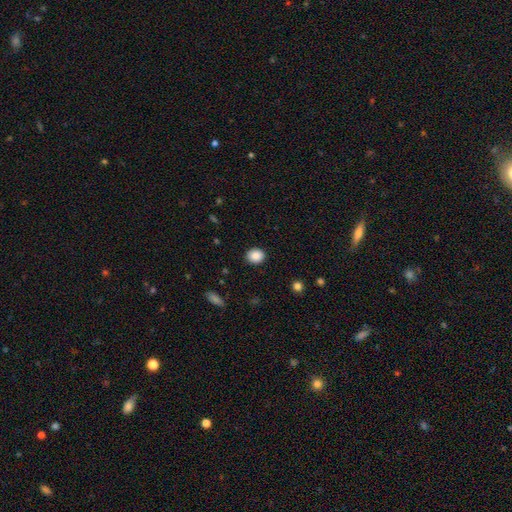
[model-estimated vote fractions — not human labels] Overall: smooth (88%). How rounded: round (67%; in between 32%). Merging: none (90%).